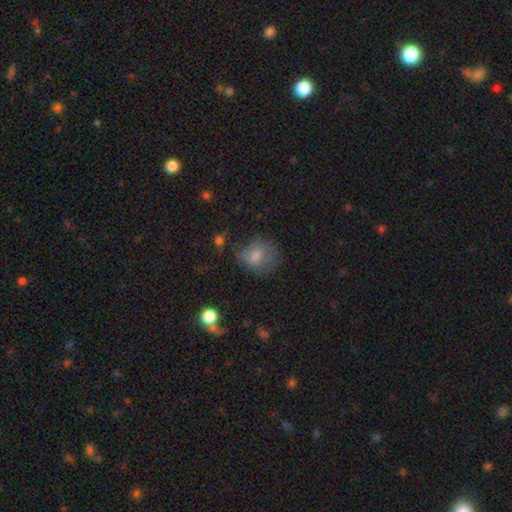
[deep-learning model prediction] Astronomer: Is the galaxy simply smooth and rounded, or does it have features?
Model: smooth — 68%.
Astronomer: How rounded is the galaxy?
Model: round — 58% (runner-up: in between, 40%).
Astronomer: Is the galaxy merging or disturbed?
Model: none — 55%.